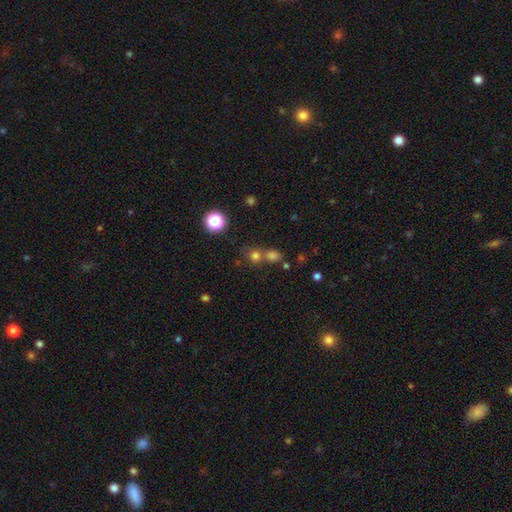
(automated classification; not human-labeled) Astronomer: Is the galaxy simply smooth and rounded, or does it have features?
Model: smooth — 72%.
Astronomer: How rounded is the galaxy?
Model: round — 83%.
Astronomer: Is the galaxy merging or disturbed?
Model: none — 55% (runner-up: merger, 34%).